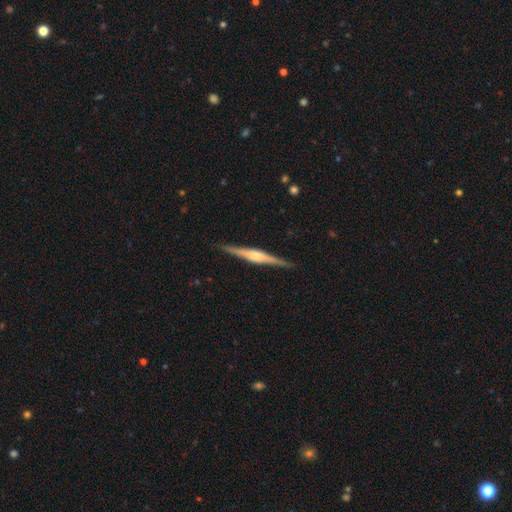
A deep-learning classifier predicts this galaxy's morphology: Q: Smooth or featured?
A: featured or disk (76%); runner-up: smooth (19%)
Q: Edge-on disk?
A: yes (98%); runner-up: no (2%)
Q: Edge-on bulge?
A: rounded (70%); runner-up: boxy (22%)
Q: Merging?
A: none (90%); runner-up: minor disturbance (7%)